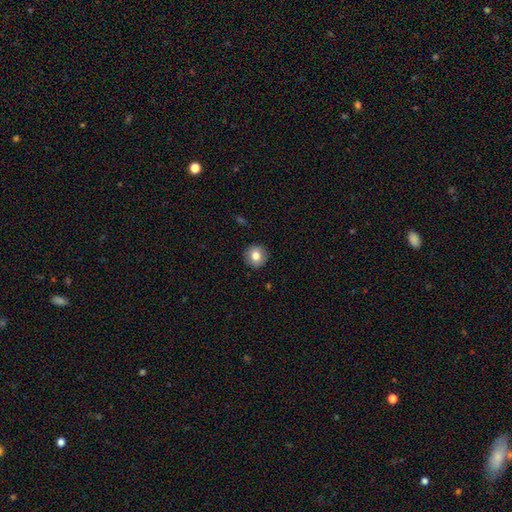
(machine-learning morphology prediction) The model was most divided on "smooth or featured": smooth: 80%, featured or disk: 12%, star or artifact: 9%. More confident: how rounded — round (93%); merging — none (90%).